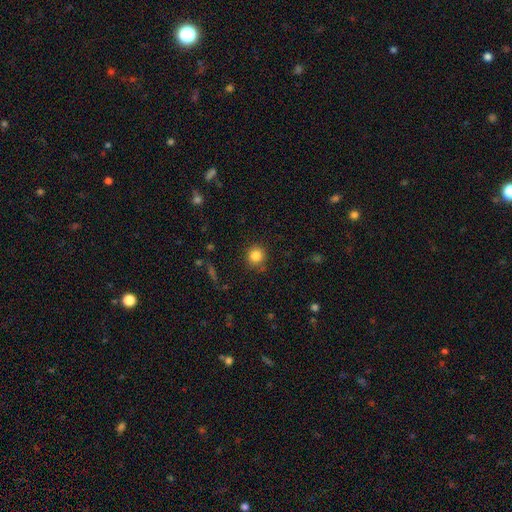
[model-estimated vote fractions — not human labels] smooth-or-featured: smooth: 84% | star or artifact: 11% | featured or disk: 5%
  how-rounded: round: 90% | in between: 9% | cigar-shaped: 1%
  merging: none: 84% | minor disturbance: 11% | major disturbance: 3% | merger: 2%